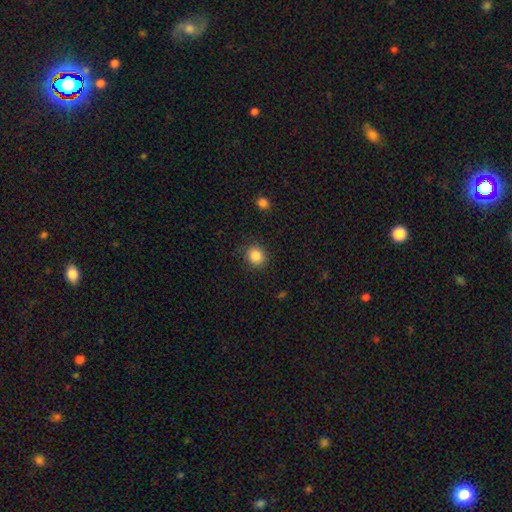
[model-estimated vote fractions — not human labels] smooth 86%, star or artifact 10%, featured or disk 4%. Down the decision tree: how rounded — round (81%); merging — none (86%).